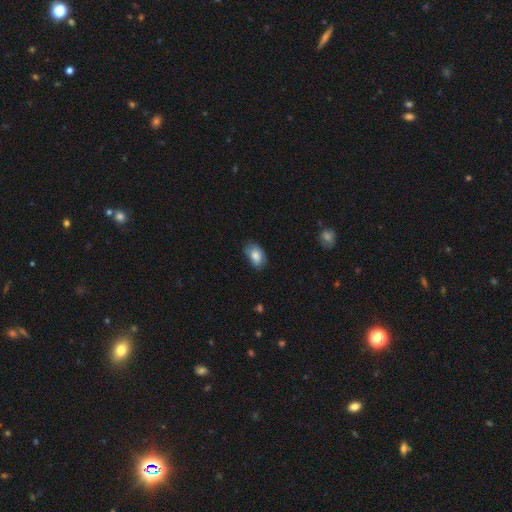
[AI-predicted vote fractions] Smooth or featured: smooth — 81% (featured or disk — 12%)
How rounded: in between — 88% (round — 11%)
Merging: none — 63% (minor disturbance — 29%)